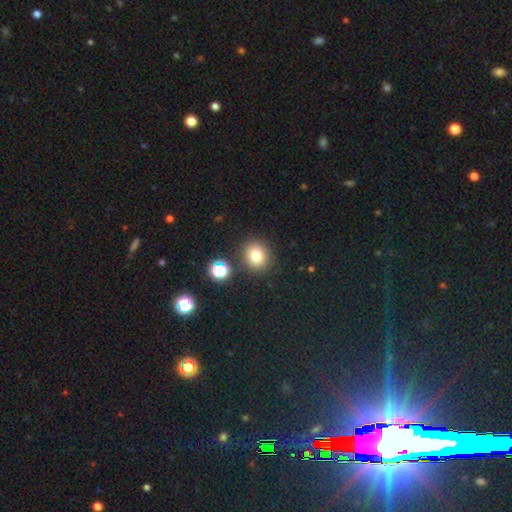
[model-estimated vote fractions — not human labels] A smooth galaxy with no disk features (78%) that is round (78%). Merging: none (85%).